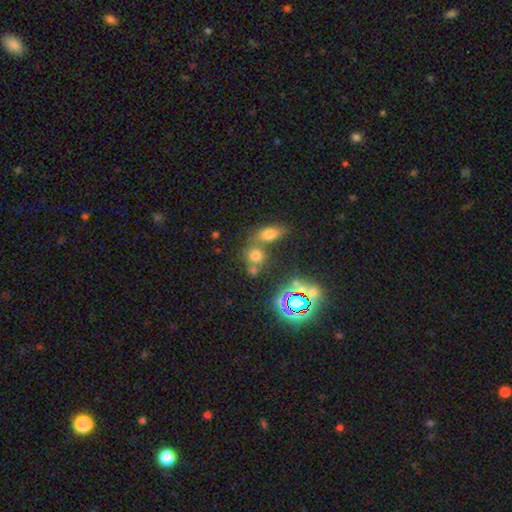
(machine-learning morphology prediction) This is likely a smooth galaxy (67%). How rounded: likely round (72%). Merging: possibly none (50%).